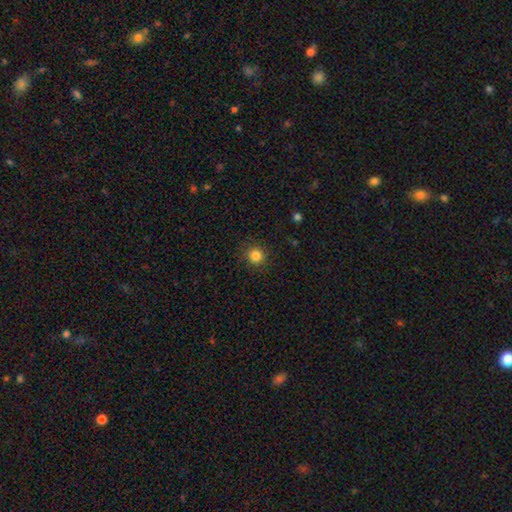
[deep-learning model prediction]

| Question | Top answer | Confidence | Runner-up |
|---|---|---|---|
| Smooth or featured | smooth | 83% | star or artifact (12%) |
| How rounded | round | 91% | in between (8%) |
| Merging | none | 90% | minor disturbance (7%) |